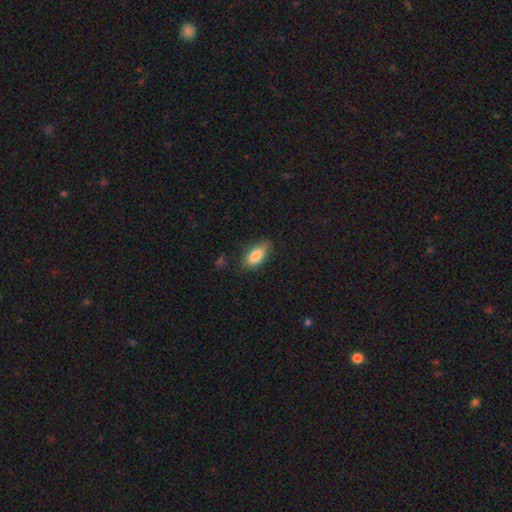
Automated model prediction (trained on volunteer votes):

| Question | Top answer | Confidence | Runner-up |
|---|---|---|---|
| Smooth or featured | smooth | 83% | featured or disk (10%) |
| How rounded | in between | 87% | cigar-shaped (10%) |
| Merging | none | 75% | minor disturbance (20%) |